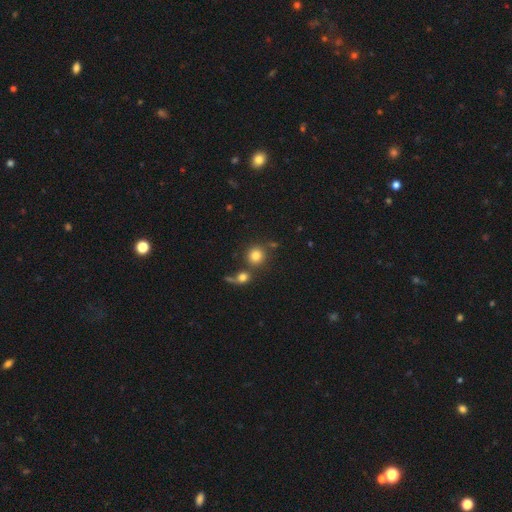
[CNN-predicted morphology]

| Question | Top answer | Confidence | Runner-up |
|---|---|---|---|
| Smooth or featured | smooth | 79% | star or artifact (12%) |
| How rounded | round | 91% | in between (8%) |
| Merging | none | 67% | merger (20%) |